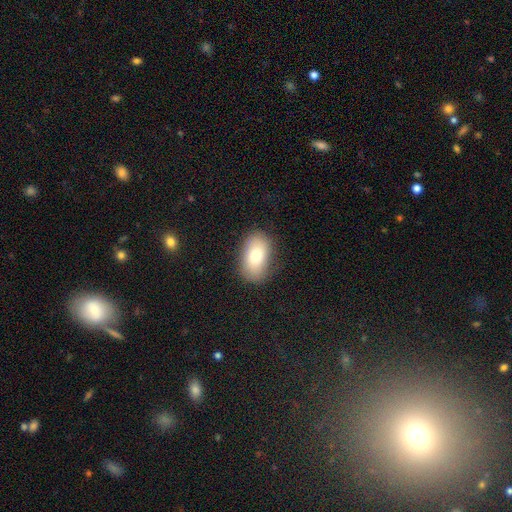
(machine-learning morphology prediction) This is likely a smooth galaxy (77%). How rounded: clearly in between (90%). Merging: clearly none (82%).